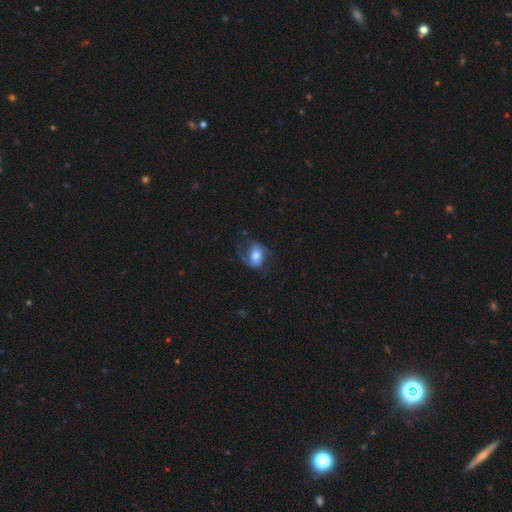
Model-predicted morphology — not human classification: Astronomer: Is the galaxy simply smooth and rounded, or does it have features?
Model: featured or disk — 52% (runner-up: smooth, 41%).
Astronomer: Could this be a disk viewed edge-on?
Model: no — 96%.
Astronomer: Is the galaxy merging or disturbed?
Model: none — 54%.